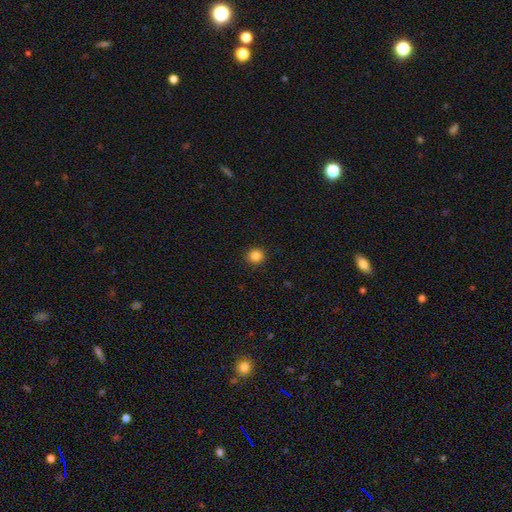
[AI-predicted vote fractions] smooth 85%, star or artifact 11%, featured or disk 4%. Down the decision tree: how rounded — round (89%); merging — none (92%).